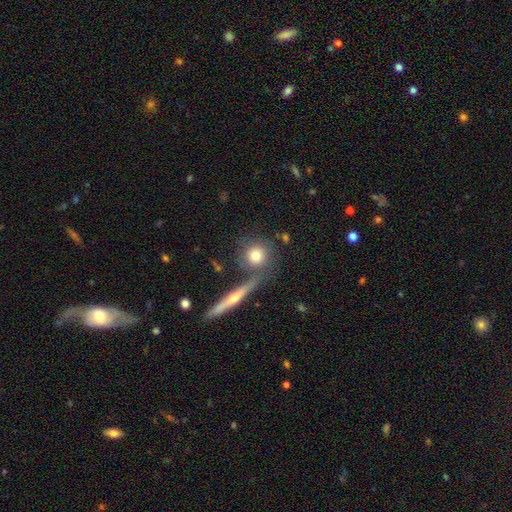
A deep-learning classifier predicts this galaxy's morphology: Smooth or featured: smooth — 72% (featured or disk — 18%)
How rounded: round — 87% (in between — 9%)
Merging: none — 69% (merger — 17%)